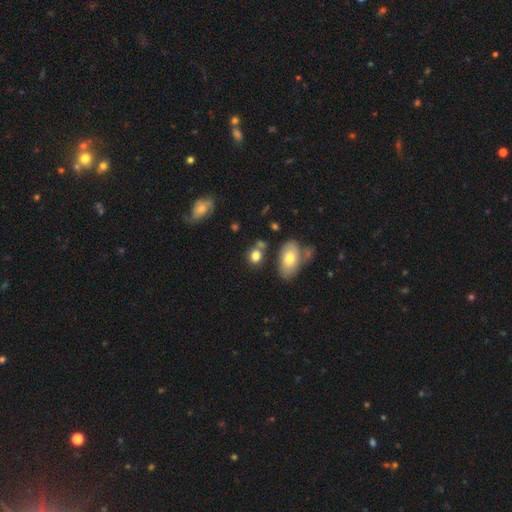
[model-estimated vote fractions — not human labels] The model was most divided on "how rounded": round: 54%, in between: 44%, cigar-shaped: 2%. More confident: smooth or featured — smooth (80%); merging — none (61%).